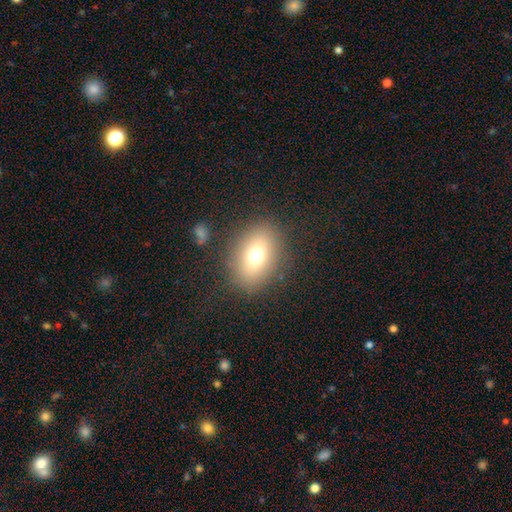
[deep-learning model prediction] Smooth or featured?
  - smooth: 69% *
  - featured or disk: 16%
  - star or artifact: 15%
How rounded?
  - in between: 61% *
  - round: 38%
  - cigar-shaped: 1%
Merging?
  - none: 84% *
  - minor disturbance: 9%
  - major disturbance: 5%
  - merger: 2%